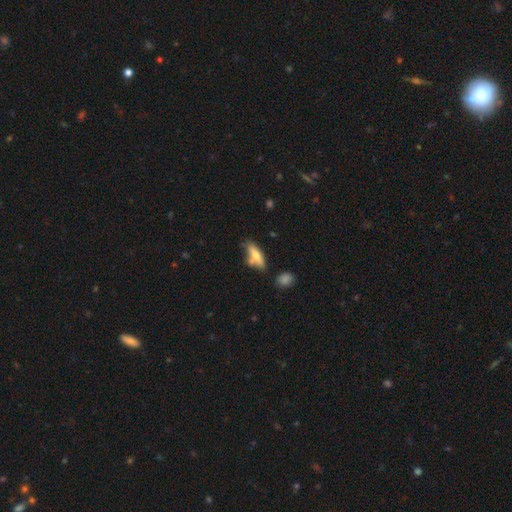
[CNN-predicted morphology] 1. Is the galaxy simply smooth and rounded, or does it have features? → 65% smooth, 28% featured or disk, 7% star or artifact.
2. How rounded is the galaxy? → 51% in between, 46% cigar-shaped, 3% round.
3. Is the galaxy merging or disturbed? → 61% none, 19% minor disturbance, 15% merger, 5% major disturbance.